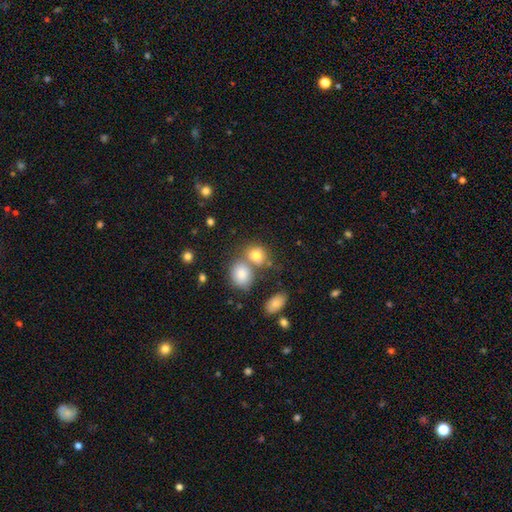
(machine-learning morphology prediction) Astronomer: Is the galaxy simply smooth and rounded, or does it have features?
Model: smooth — 77%.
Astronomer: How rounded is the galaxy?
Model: round — 57% (runner-up: in between, 41%).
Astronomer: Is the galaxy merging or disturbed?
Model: none — 47% (runner-up: merger, 38%).